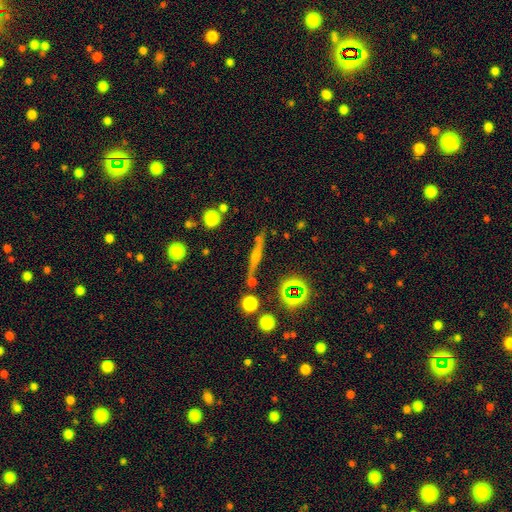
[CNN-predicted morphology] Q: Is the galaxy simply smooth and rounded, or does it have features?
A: featured or disk — 56%.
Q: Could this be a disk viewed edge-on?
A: yes — 90%.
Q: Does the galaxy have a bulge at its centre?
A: rounded — 67%.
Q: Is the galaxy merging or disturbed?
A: none — 78%.